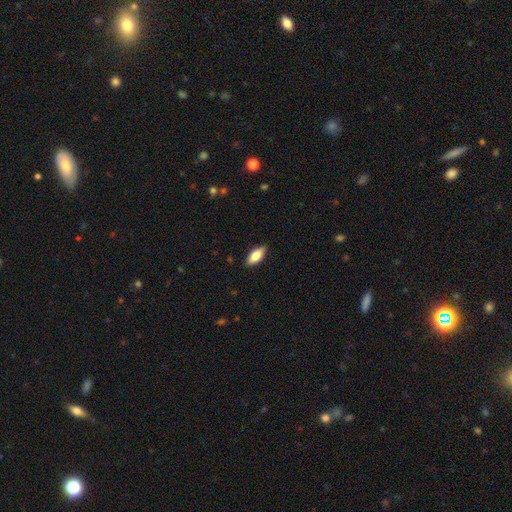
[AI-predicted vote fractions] Overall: smooth (80%). How rounded: in between (85%). Merging: none (86%).